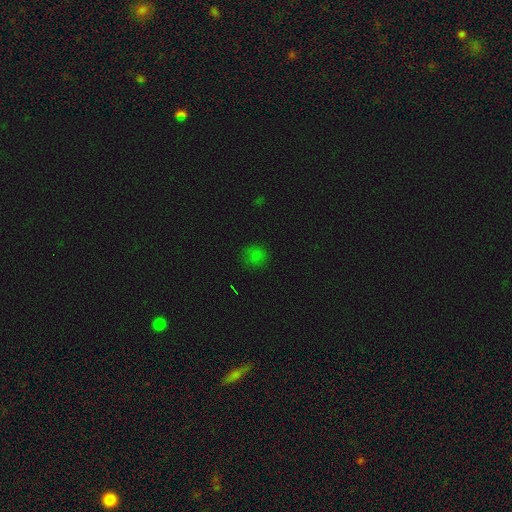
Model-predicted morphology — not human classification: smooth_or_featured: smooth (p=0.71) [alt: star or artifact p=0.23]
how_rounded: round (p=0.82) [alt: in between p=0.16]
merging: none (p=0.78) [alt: minor disturbance p=0.15]